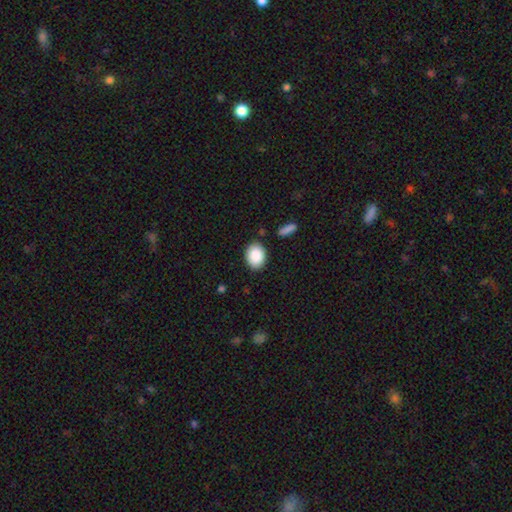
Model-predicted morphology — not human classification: This appears to be a smooth galaxy with no disk features (89%) that is in between round and cigar-shaped (67%). Merging: none (85%).